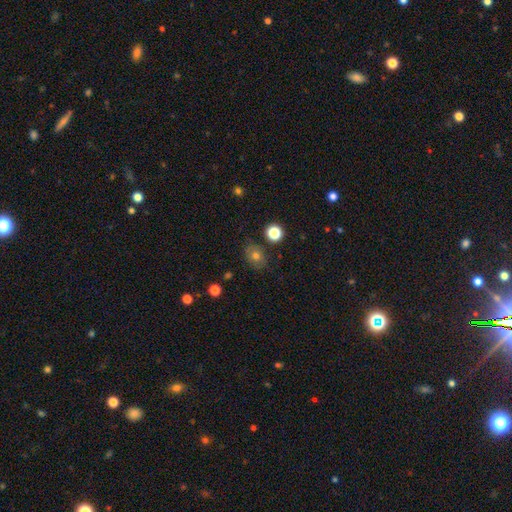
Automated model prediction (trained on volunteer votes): Smooth or featured?
  - smooth: 71% *
  - star or artifact: 15%
  - featured or disk: 14%
How rounded?
  - round: 52% *
  - in between: 46%
  - cigar-shaped: 1%
Merging?
  - none: 81% *
  - minor disturbance: 13%
  - major disturbance: 3%
  - merger: 3%